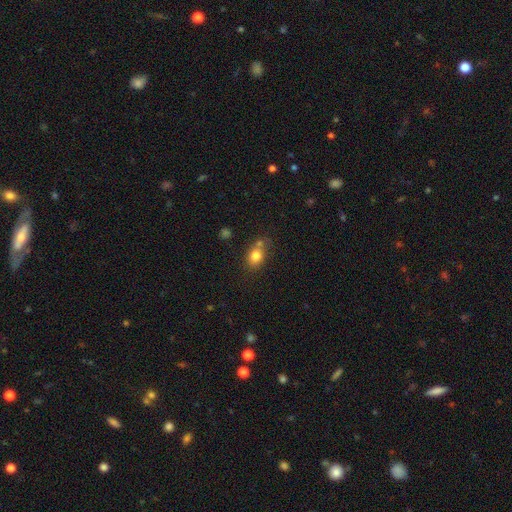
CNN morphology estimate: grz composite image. It shows a smooth galaxy with no disk features (81%) that is in between round and cigar-shaped (52%). Merging: none (59%).